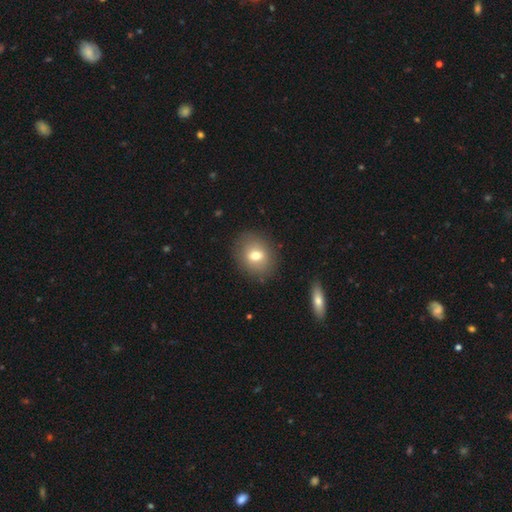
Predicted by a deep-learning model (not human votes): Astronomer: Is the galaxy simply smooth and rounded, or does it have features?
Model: smooth — 72%.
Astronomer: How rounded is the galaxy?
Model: round — 57% (runner-up: in between, 42%).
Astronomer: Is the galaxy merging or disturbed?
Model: none — 84%.